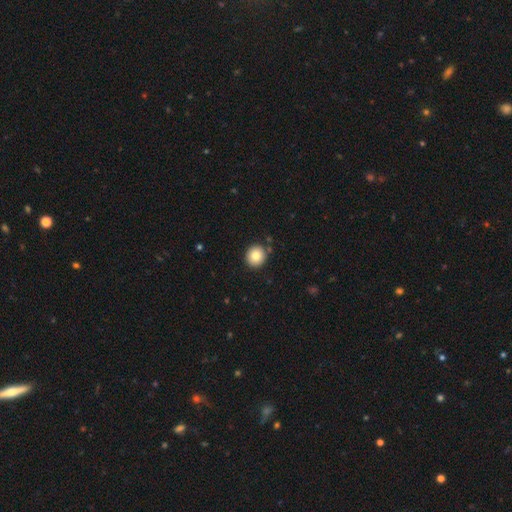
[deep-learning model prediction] Morphology: type=smooth (82%); roundness=round (90%); merging=none (88%).